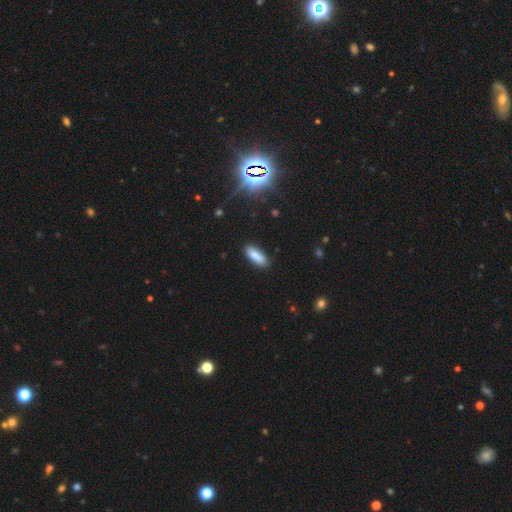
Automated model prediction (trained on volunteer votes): Morphology: type=smooth (83%); roundness=in between (71%); merging=none (85%).